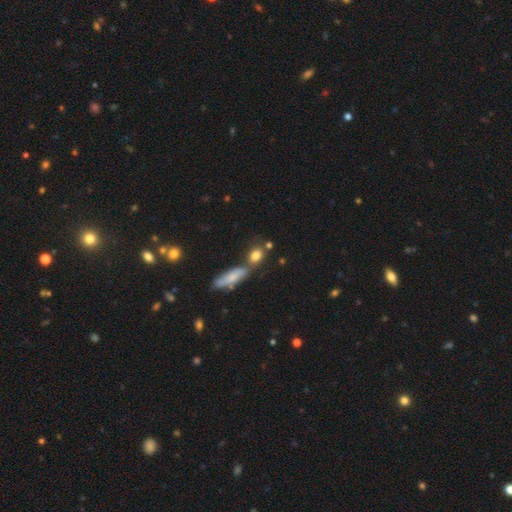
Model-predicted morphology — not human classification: Smooth or featured: smooth — 77% (featured or disk — 13%)
How rounded: in between — 54% (round — 32%)
Merging: none — 57% (merger — 25%)